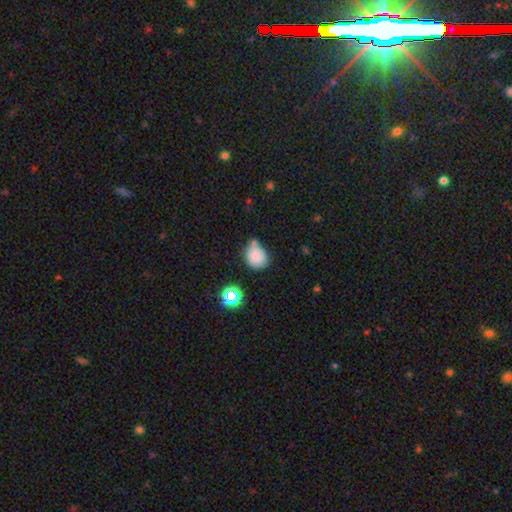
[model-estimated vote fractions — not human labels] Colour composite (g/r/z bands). It shows a smooth galaxy with no disk features (71%) that is round (59%). Merging: none (51%).